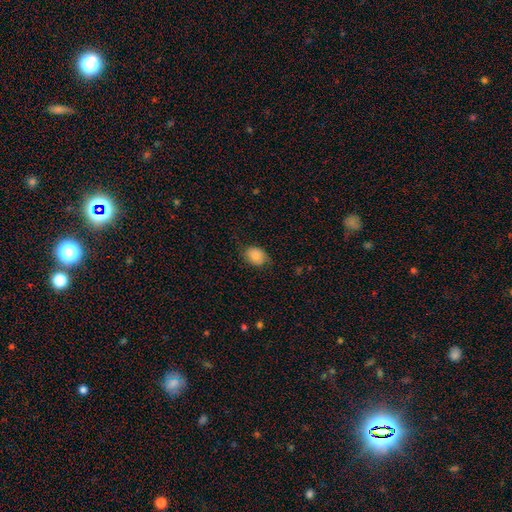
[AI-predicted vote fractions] This appears to be a smooth galaxy with no disk features (84%) that is in between round and cigar-shaped (67%). Merging: none (72%).